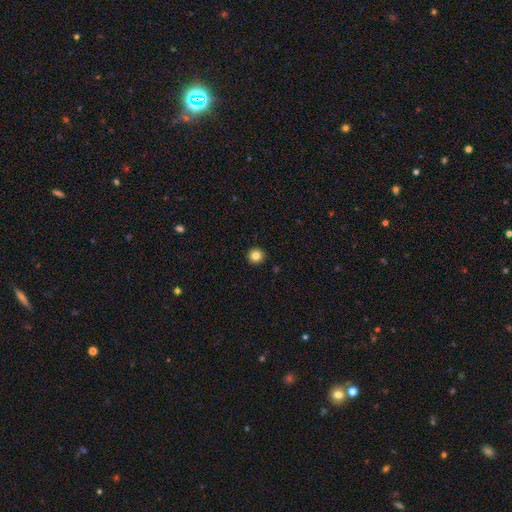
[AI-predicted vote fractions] A smooth galaxy with no disk features (84%) that is round (95%). Merging: none (94%).